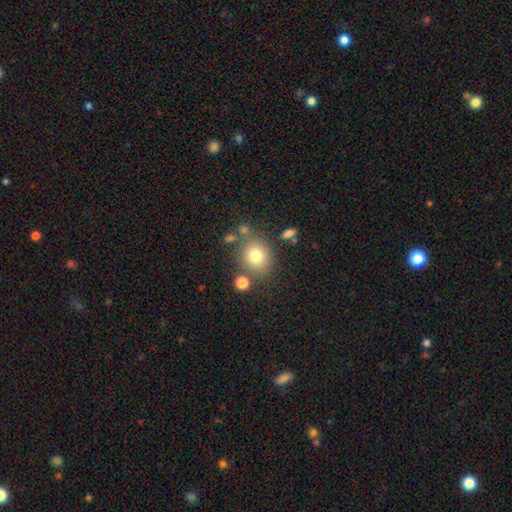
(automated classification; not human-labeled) Q: Smooth or featured?
A: smooth (76%); runner-up: star or artifact (13%)
Q: How rounded?
A: round (79%); runner-up: in between (20%)
Q: Merging?
A: none (71%); runner-up: minor disturbance (13%)